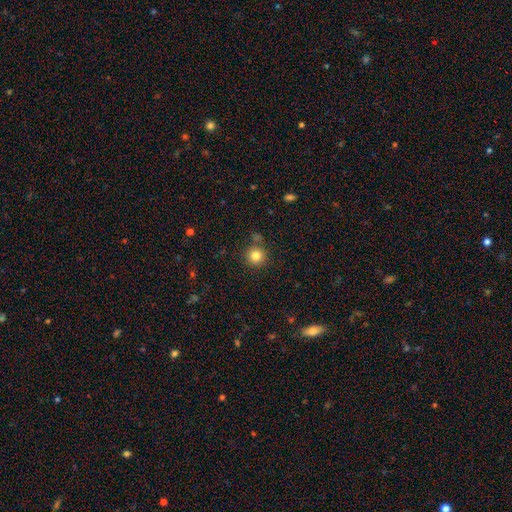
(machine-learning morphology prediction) Smooth or featured? Predicted: smooth (p=0.82). How rounded? Predicted: round (p=0.94). Merging? Predicted: none (p=0.83).